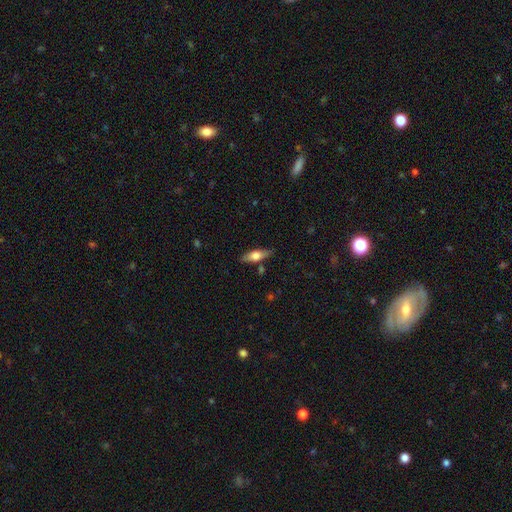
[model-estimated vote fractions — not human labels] This appears to be a smooth galaxy with no disk features (57%) that is in between round and cigar-shaped (56%). Merging: none (81%).